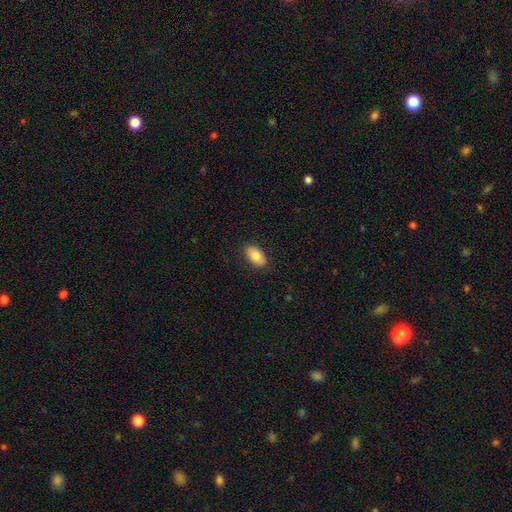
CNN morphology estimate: Smooth or featured?
  - smooth: 82% *
  - featured or disk: 11%
  - star or artifact: 7%
How rounded?
  - in between: 94% *
  - round: 4%
  - cigar-shaped: 2%
Merging?
  - none: 88% *
  - minor disturbance: 9%
  - major disturbance: 2%
  - merger: 1%